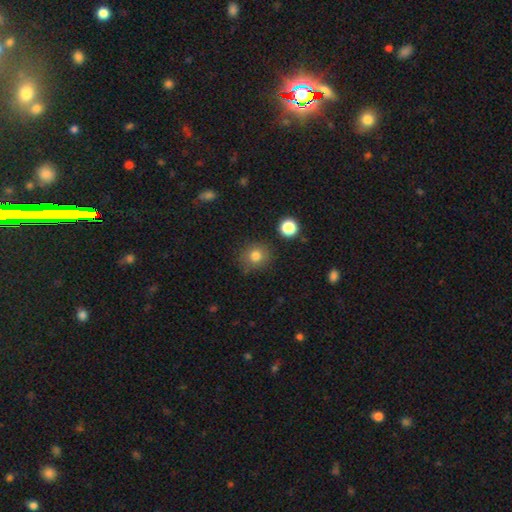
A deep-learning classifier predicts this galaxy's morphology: type=smooth (80%); roundness=round (88%); merging=none (83%).